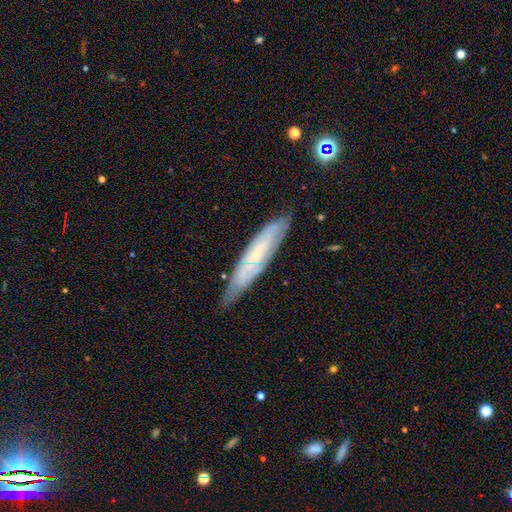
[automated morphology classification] Smooth or featured?
  - featured or disk: 61% *
  - smooth: 31%
  - star or artifact: 8%
Edge-on disk?
  - yes: 51% *
  - no: 49%
Merging?
  - none: 76% *
  - minor disturbance: 18%
  - major disturbance: 4%
  - merger: 2%